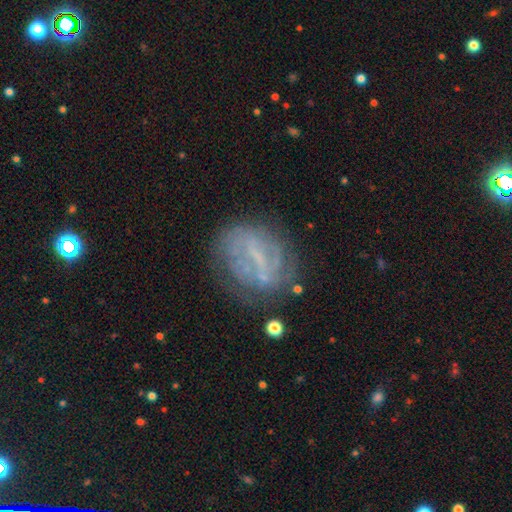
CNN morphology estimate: smooth-or-featured: featured or disk: 60% | smooth: 23% | star or artifact: 16%
  disk-edge-on: no: 94% | yes: 6%
    bar: strong: 45% | weak: 32% | no: 23%
    has-spiral-arms: no: 53% | yes: 47%
    bulge-size: none: 55% | small: 33% | moderate: 9% | large: 2% | dominant: 1%
  merging: none: 67% | minor disturbance: 18% | major disturbance: 12% | merger: 3%